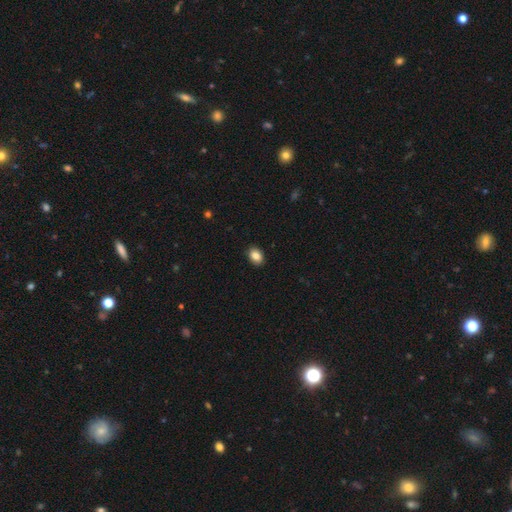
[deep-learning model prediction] smooth_or_featured: smooth (p=0.86) [alt: star or artifact p=0.08]
how_rounded: in between (p=0.74) [alt: round p=0.25]
merging: none (p=0.90) [alt: minor disturbance p=0.07]